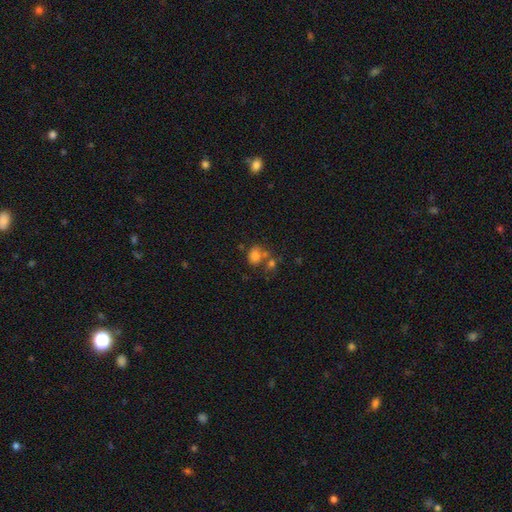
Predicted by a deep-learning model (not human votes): Smooth or featured?
  - smooth: 76% *
  - star or artifact: 12%
  - featured or disk: 12%
How rounded?
  - in between: 59% *
  - round: 40%
  - cigar-shaped: 1%
Merging?
  - none: 41% *
  - merger: 36%
  - minor disturbance: 14%
  - major disturbance: 8%